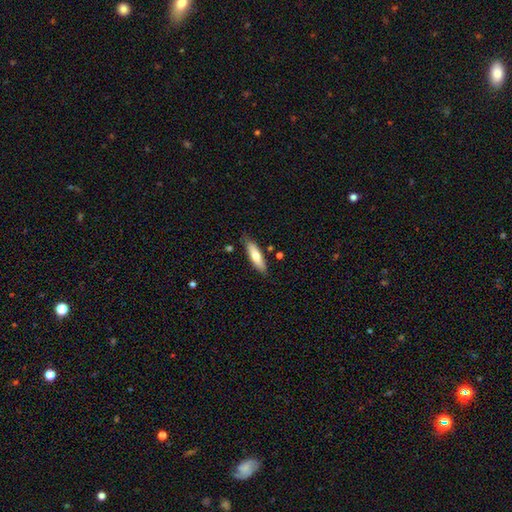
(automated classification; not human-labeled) Morphology: type=smooth (64%); roundness=cigar-shaped (61%); merging=none (82%).